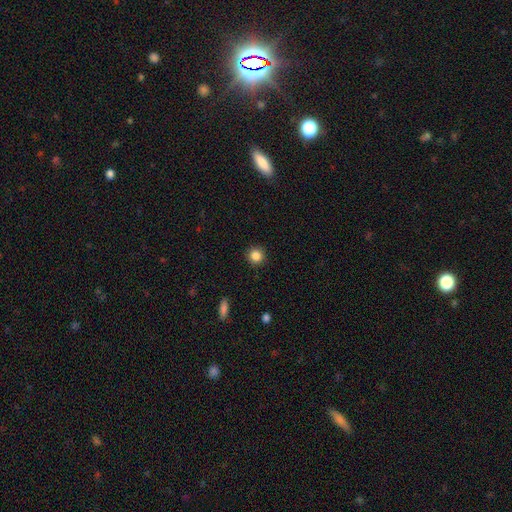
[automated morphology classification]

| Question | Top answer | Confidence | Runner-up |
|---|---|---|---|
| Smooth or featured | smooth | 85% | star or artifact (11%) |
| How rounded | round | 94% | in between (5%) |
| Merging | none | 92% | minor disturbance (5%) |